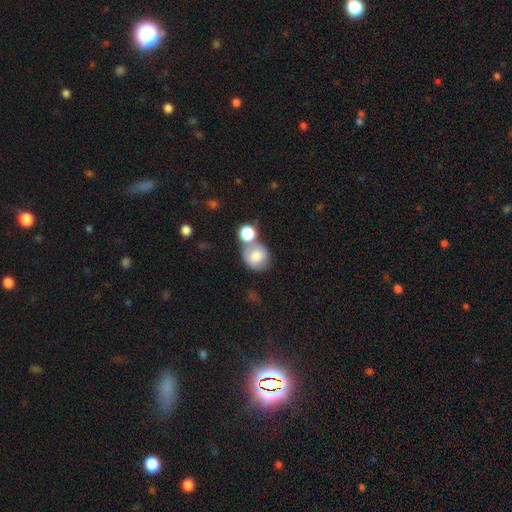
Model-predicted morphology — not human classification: smooth 80%, featured or disk 11%, star or artifact 9%. Down the decision tree: how rounded — round (82%); merging — none (46%).